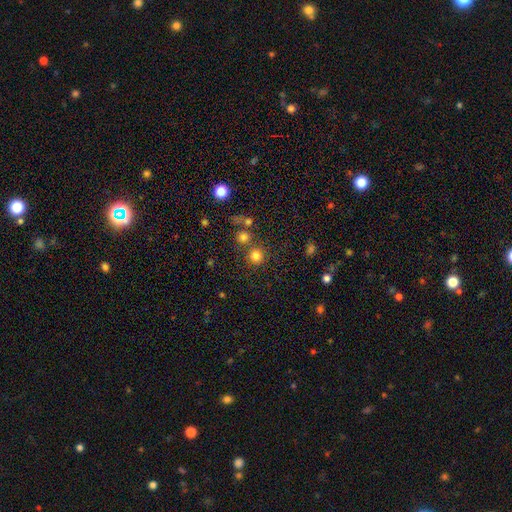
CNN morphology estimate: Q: Smooth or featured?
A: smooth (78%); runner-up: star or artifact (16%)
Q: How rounded?
A: round (93%); runner-up: in between (6%)
Q: Merging?
A: none (74%); runner-up: merger (15%)